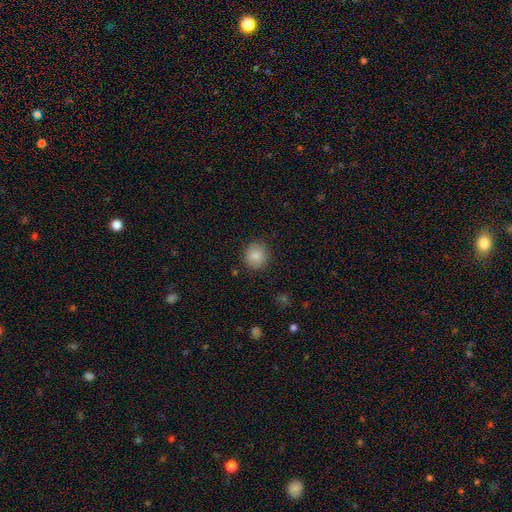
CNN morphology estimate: This appears to be a smooth galaxy with no disk features (87%) that is round (89%). Merging: none (87%).